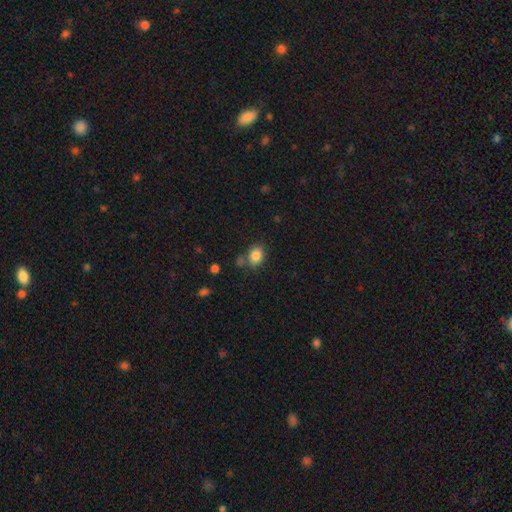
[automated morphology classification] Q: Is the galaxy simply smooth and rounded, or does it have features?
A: smooth — 84%.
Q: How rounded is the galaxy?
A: in between — 50%.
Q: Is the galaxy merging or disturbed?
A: none — 69%.